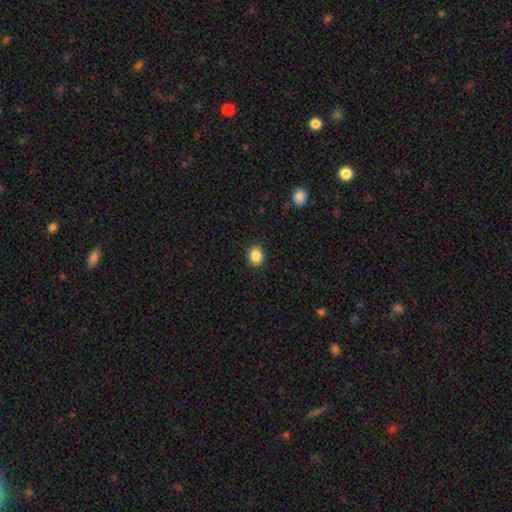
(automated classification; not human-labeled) This is clearly a smooth galaxy (87%). How rounded: possibly round (50%). Merging: clearly none (91%).